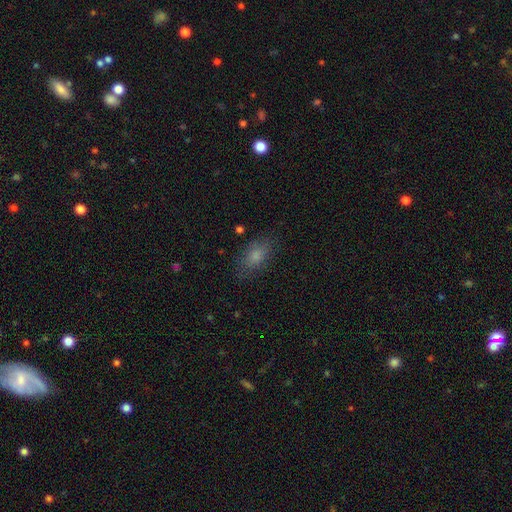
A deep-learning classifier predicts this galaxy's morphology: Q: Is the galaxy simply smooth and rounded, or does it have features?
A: smooth — 78%.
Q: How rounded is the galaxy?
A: in between — 85%.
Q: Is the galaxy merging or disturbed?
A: none — 77%.